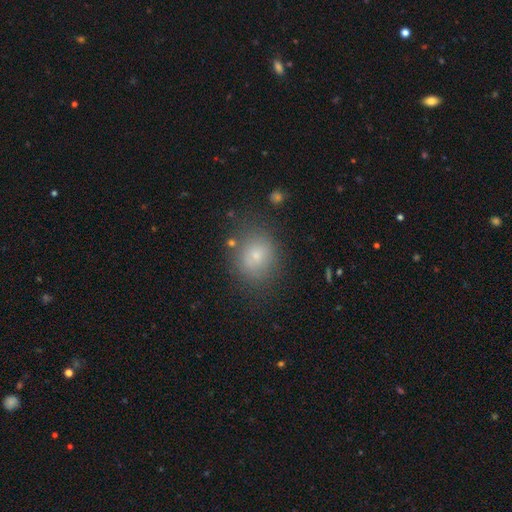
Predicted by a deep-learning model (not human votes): The model was most divided on "how rounded": round: 65%, in between: 34%, cigar-shaped: 1%. More confident: merging — none (75%); smooth or featured — smooth (74%).